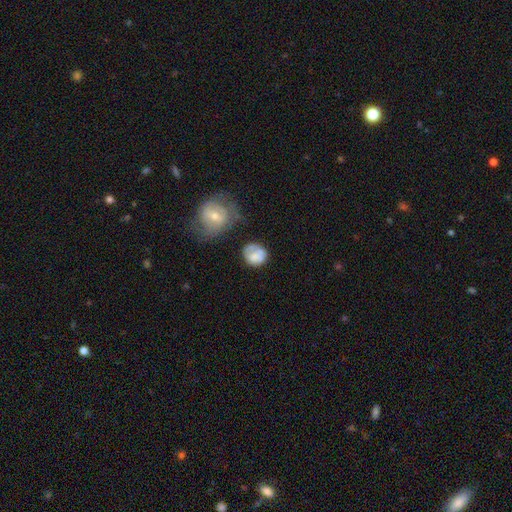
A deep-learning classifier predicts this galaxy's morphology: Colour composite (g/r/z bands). It shows a smooth galaxy with no disk features (68%) that is round (74%). Merging: none (44%).